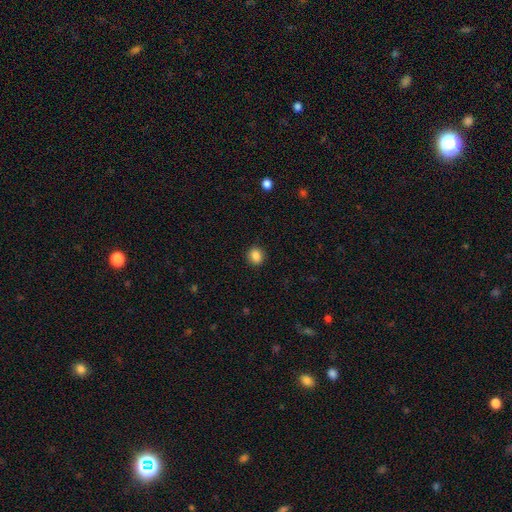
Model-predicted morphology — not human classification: Smooth or featured?
  - smooth: 87% *
  - star or artifact: 10%
  - featured or disk: 4%
How rounded?
  - round: 66% *
  - in between: 33%
  - cigar-shaped: 1%
Merging?
  - none: 91% *
  - minor disturbance: 6%
  - major disturbance: 2%
  - merger: 1%